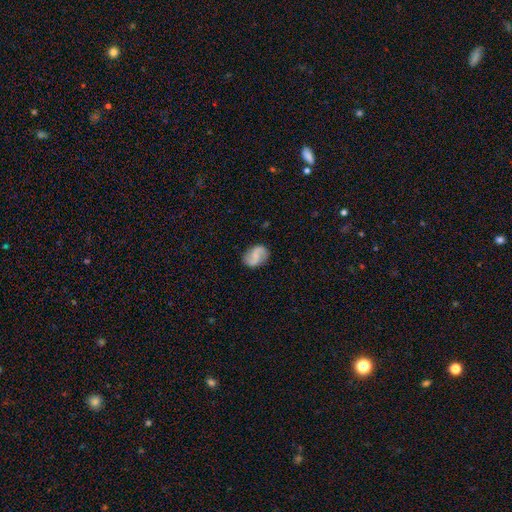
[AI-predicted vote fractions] smooth_or_featured: featured or disk (p=0.63) [alt: smooth p=0.30]
disk_edge_on: no (p=0.98) [alt: yes p=0.02]
bar: weak (p=0.45) [alt: no p=0.37]
has_spiral_arms: yes (p=0.92) [alt: no p=0.08]
spiral_winding: loose (p=0.58) [alt: medium p=0.31]
spiral_arm_count: 2 (p=0.91) [alt: can't tell p=0.04]
bulge_size: none (p=0.49) [alt: small p=0.34]
merging: none (p=0.82) [alt: minor disturbance p=0.13]